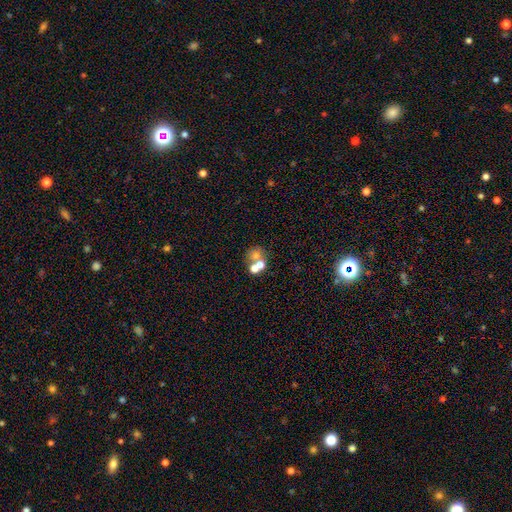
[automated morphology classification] This is possibly a smooth galaxy (56%). How rounded: likely round (75%). Merging: possibly merger (52%).